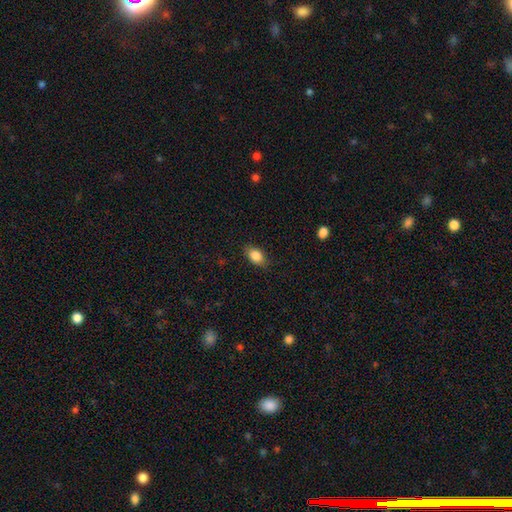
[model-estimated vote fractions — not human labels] smooth_or_featured: smooth (p=0.84) [alt: star or artifact p=0.08]
how_rounded: in between (p=0.86) [alt: round p=0.12]
merging: none (p=0.85) [alt: minor disturbance p=0.11]